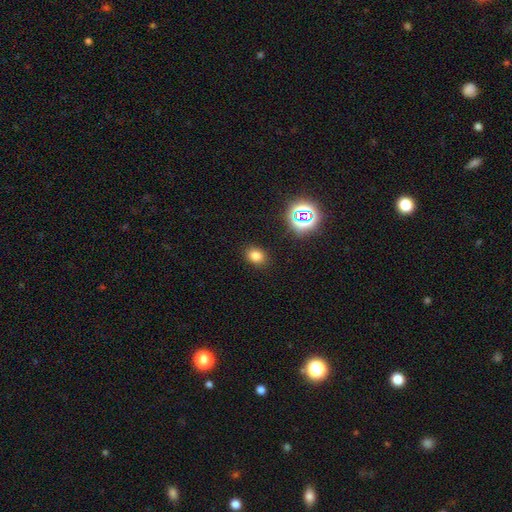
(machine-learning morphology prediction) smooth 75%, star or artifact 18%, featured or disk 6%. Down the decision tree: how rounded — in between (57%); merging — none (87%).